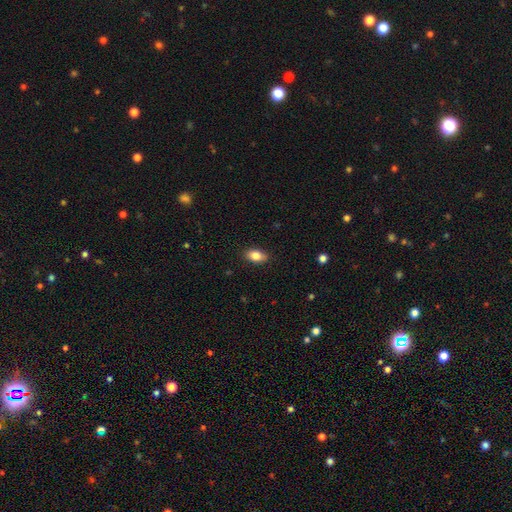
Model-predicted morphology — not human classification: The model was most divided on "smooth or featured": smooth: 84%, featured or disk: 9%, star or artifact: 8%. More confident: how rounded — in between (88%); merging — none (86%).